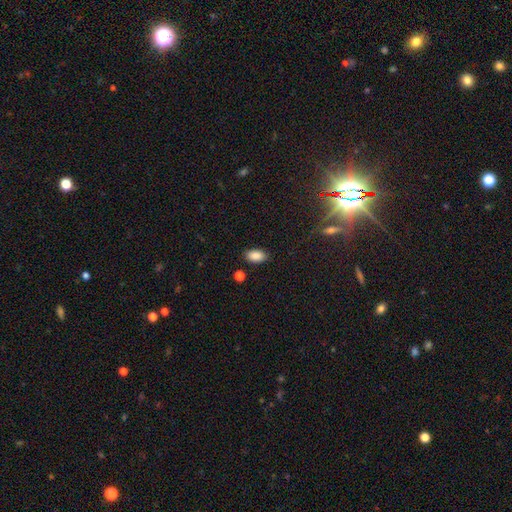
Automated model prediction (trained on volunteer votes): Smooth or featured? Predicted: smooth (p=0.88). How rounded? Predicted: in between (p=0.93). Merging? Predicted: none (p=0.86).